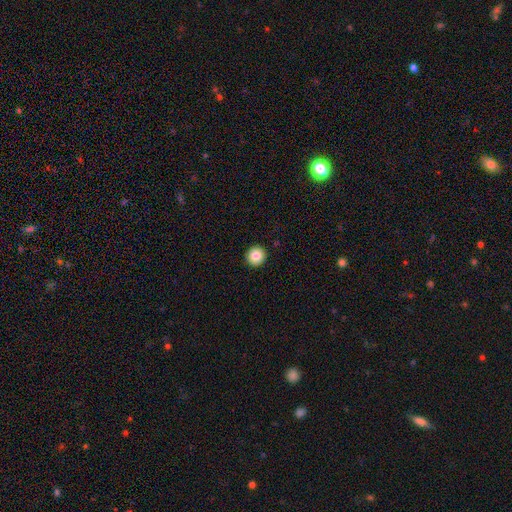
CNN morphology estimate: Smooth or featured?
  - smooth: 86% *
  - star or artifact: 9%
  - featured or disk: 5%
How rounded?
  - round: 95% *
  - in between: 4%
  - cigar-shaped: 1%
Merging?
  - none: 93% *
  - minor disturbance: 4%
  - major disturbance: 1%
  - merger: 1%